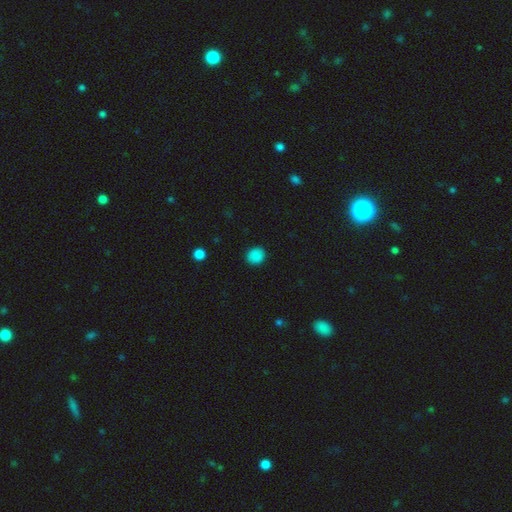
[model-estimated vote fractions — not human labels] smooth-or-featured: smooth: 86% | star or artifact: 11% | featured or disk: 3%
  how-rounded: round: 79% | in between: 20% | cigar-shaped: 1%
  merging: none: 89% | minor disturbance: 8% | major disturbance: 2% | merger: 1%